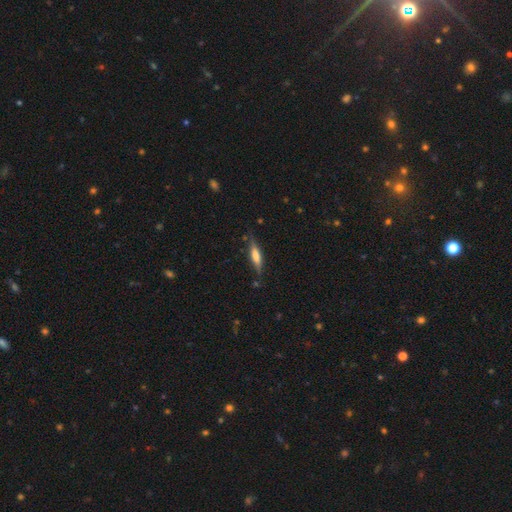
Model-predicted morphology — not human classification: Smooth or featured?
  - smooth: 50% *
  - featured or disk: 43%
  - star or artifact: 7%
How rounded?
  - cigar-shaped: 74% *
  - in between: 24%
  - round: 2%
Merging?
  - none: 78% *
  - minor disturbance: 16%
  - major disturbance: 4%
  - merger: 2%